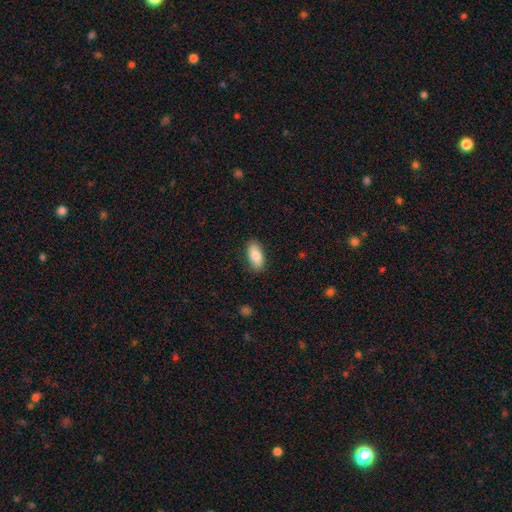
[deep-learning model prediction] A smooth galaxy with no disk features (79%) that is in between round and cigar-shaped (91%). Merging: none (86%).